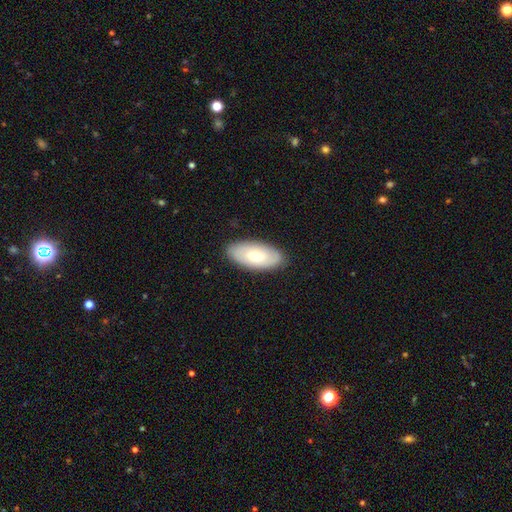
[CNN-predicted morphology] The model was most divided on "smooth or featured": smooth: 65%, featured or disk: 29%, star or artifact: 6%. More confident: how rounded — in between (92%); merging — none (87%).